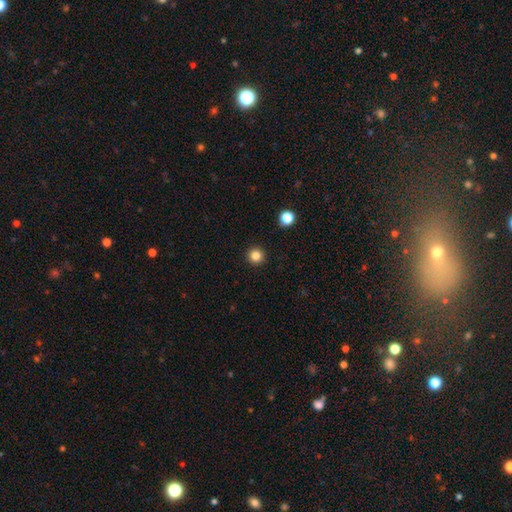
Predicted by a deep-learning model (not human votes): smooth 84%, star or artifact 12%, featured or disk 4%. Down the decision tree: how rounded — round (96%); merging — none (93%).